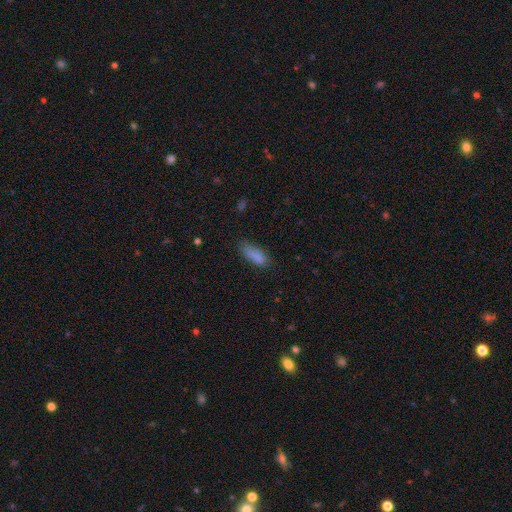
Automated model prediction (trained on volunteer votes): Smooth or featured? smooth (84%)
How rounded? in between (70%)
Merging? none (61%)